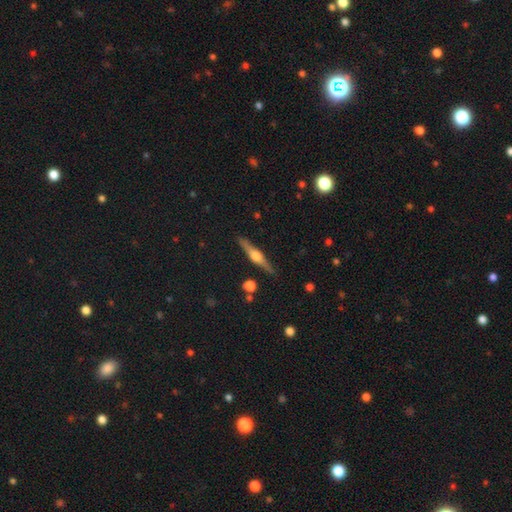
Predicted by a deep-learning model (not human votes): Smooth or featured?
  - featured or disk: 74% *
  - smooth: 20%
  - star or artifact: 6%
Edge-on disk?
  - yes: 97% *
  - no: 3%
Edge-on bulge?
  - rounded: 92% *
  - boxy: 6%
  - none: 2%
Merging?
  - none: 89% *
  - minor disturbance: 8%
  - major disturbance: 2%
  - merger: 2%